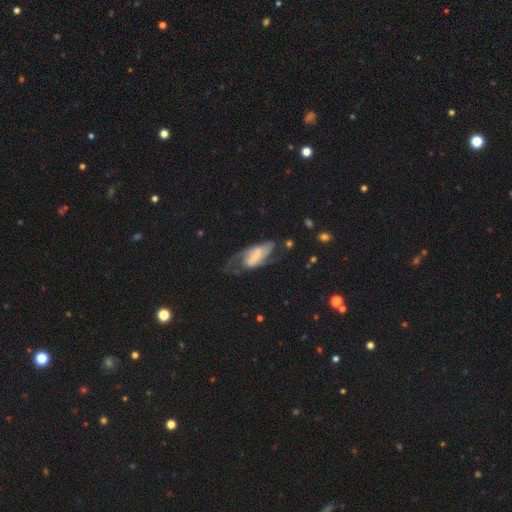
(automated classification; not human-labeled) smooth-or-featured: featured or disk: 71% | smooth: 23% | star or artifact: 6%
  disk-edge-on: no: 92% | yes: 8%
    bar: weak: 40% | no: 34% | strong: 26%
    has-spiral-arms: yes: 86% | no: 14%
      spiral-winding: medium: 42% | loose: 37% | tight: 21%
      spiral-arm-count: 2: 71% | can't tell: 14% | 1: 8% | 3: 3% | 4: 1% | more than 4: 1%
    bulge-size: small: 57% | moderate: 30% | none: 6% | large: 5% | dominant: 2%
  merging: none: 41% | major disturbance: 33% | minor disturbance: 23% | merger: 3%